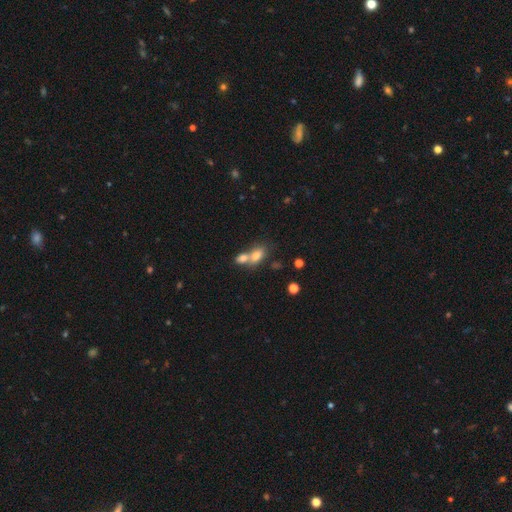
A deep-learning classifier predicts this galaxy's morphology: This is likely a smooth galaxy (76%). How rounded: clearly in between (80%). Merging: likely merger (62%).